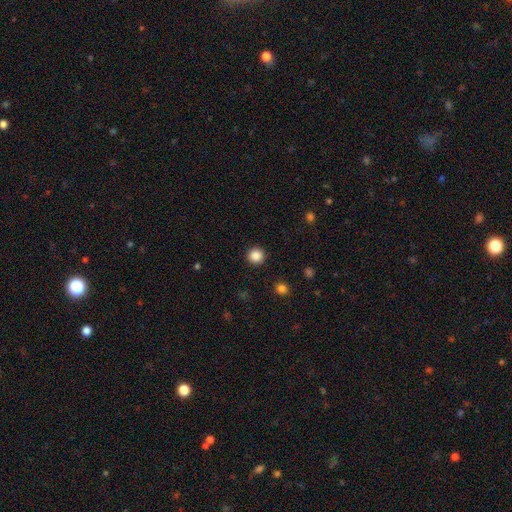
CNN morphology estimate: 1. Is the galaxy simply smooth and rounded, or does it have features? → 87% smooth, 10% star or artifact, 3% featured or disk.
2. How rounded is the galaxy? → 95% round, 4% in between, 1% cigar-shaped.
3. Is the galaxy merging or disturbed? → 93% none, 4% minor disturbance, 2% major disturbance, 1% merger.